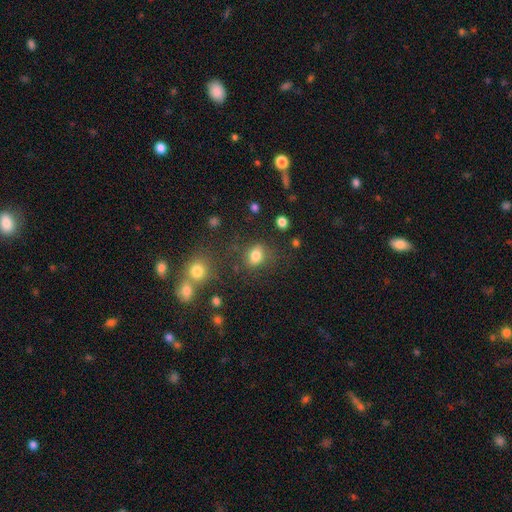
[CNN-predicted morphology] Smooth or featured: smooth — 80% (star or artifact — 13%)
How rounded: in between — 58% (round — 40%)
Merging: none — 70% (minor disturbance — 16%)